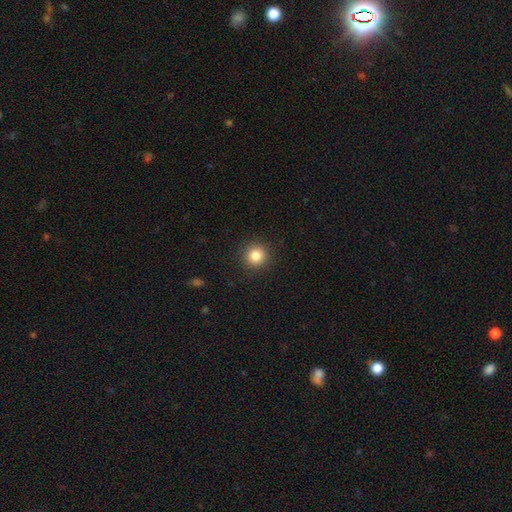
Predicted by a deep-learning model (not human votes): Smooth or featured? Predicted: smooth (p=0.85). How rounded? Predicted: round (p=0.94). Merging? Predicted: none (p=0.92).